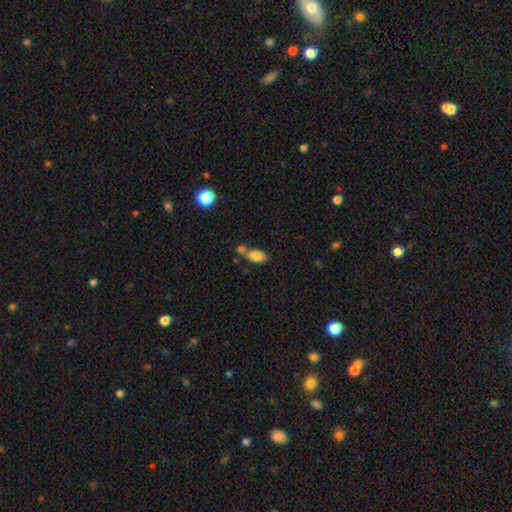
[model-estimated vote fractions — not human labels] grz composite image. It shows a smooth galaxy with no disk features (82%) that is in between round and cigar-shaped (91%). Merging: merger (43%).